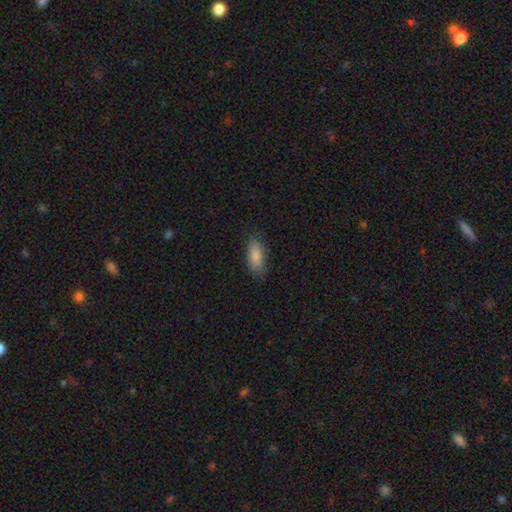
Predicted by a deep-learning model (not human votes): Q: Smooth or featured?
A: smooth (82%); runner-up: featured or disk (11%)
Q: How rounded?
A: in between (73%); runner-up: cigar-shaped (25%)
Q: Merging?
A: none (84%); runner-up: minor disturbance (13%)